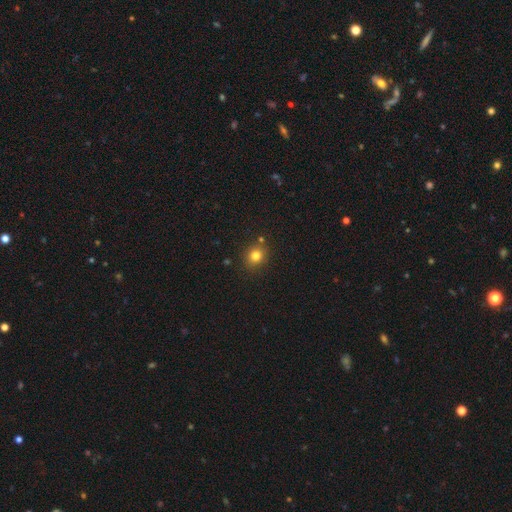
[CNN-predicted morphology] This appears to be a smooth galaxy with no disk features (79%) that is round (78%). Merging: none (83%).